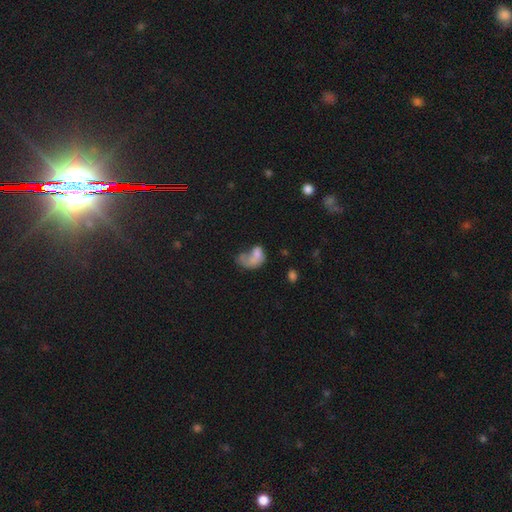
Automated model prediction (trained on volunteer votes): Smooth or featured? Predicted: smooth (p=0.61). How rounded? Predicted: in between (p=0.81). Merging? Predicted: major disturbance (p=0.40).